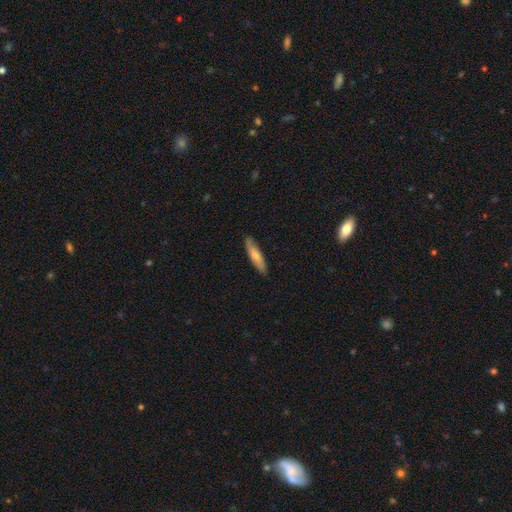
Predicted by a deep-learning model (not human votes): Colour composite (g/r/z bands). It shows a smooth galaxy with no disk features (72%) that is cigar-shaped (78%). Merging: none (86%).